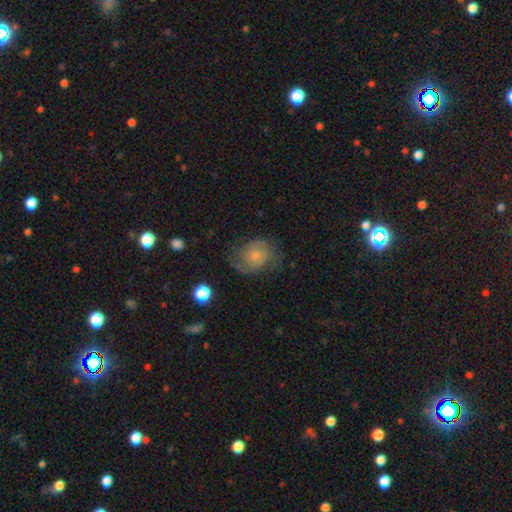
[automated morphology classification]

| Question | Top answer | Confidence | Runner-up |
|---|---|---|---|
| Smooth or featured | featured or disk | 49% | smooth (42%) |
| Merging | none | 56% | minor disturbance (26%) |